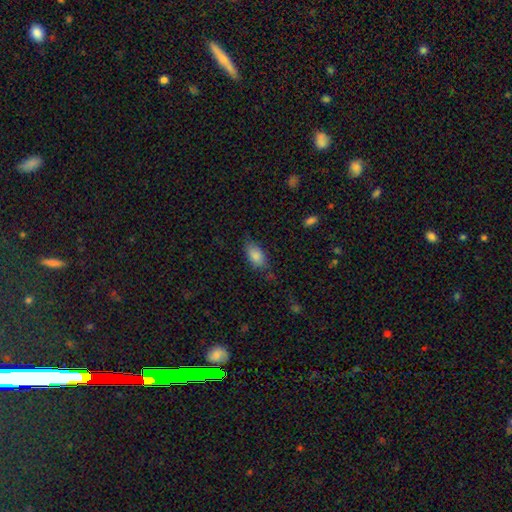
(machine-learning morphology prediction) Q: Smooth or featured?
A: smooth (82%); runner-up: featured or disk (9%)
Q: How rounded?
A: in between (89%); runner-up: cigar-shaped (6%)
Q: Merging?
A: none (61%); runner-up: minor disturbance (27%)